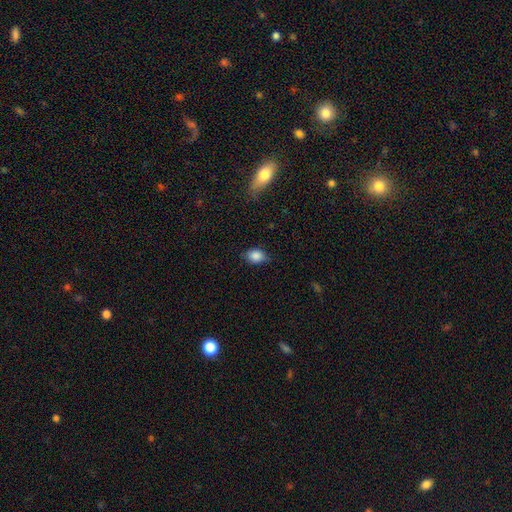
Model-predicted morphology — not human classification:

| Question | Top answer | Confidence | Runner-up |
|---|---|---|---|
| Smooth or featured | smooth | 85% | star or artifact (9%) |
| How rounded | in between | 65% | round (34%) |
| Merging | none | 71% | minor disturbance (24%) |